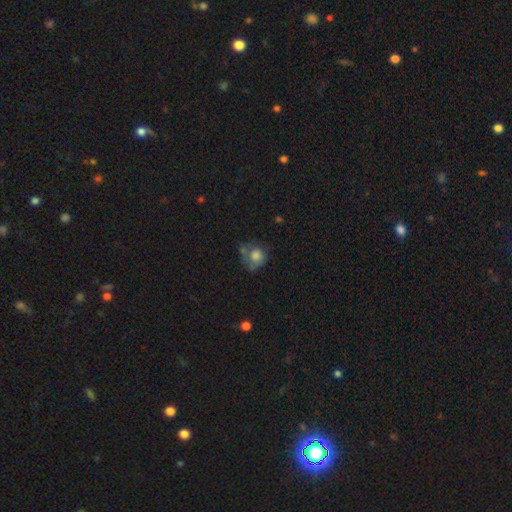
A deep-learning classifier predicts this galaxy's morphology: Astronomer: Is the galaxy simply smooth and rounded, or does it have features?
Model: smooth — 71%.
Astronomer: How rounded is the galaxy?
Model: round — 73%.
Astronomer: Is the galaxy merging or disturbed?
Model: none — 39% (runner-up: minor disturbance, 27%).